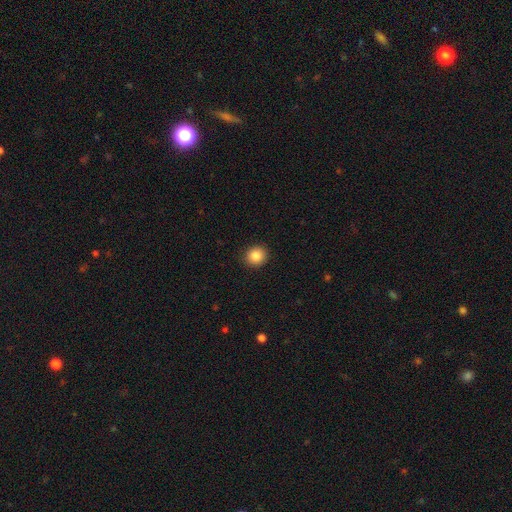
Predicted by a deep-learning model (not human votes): Smooth or featured? smooth (86%)
How rounded? round (85%)
Merging? none (91%)